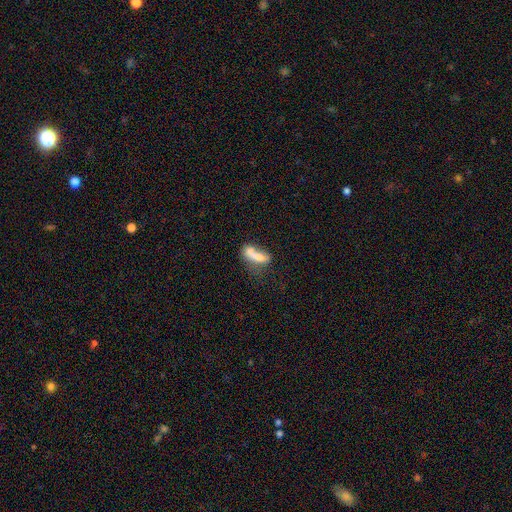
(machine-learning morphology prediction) smooth_or_featured: smooth (p=0.63) [alt: featured or disk p=0.27]
how_rounded: in between (p=0.62) [alt: cigar-shaped p=0.33]
merging: merger (p=0.47) [alt: none p=0.23]